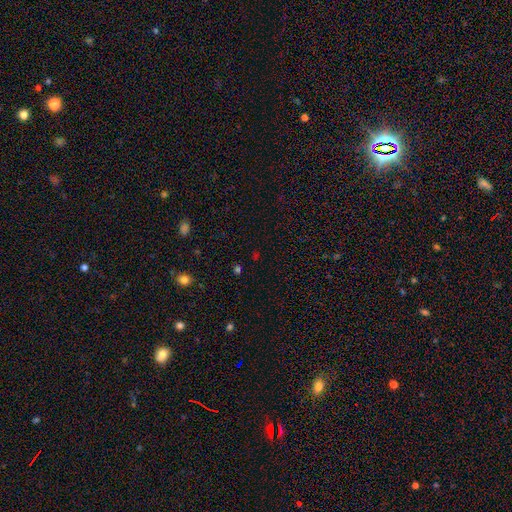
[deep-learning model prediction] Q: Smooth or featured?
A: star or artifact (55%); runner-up: smooth (39%)